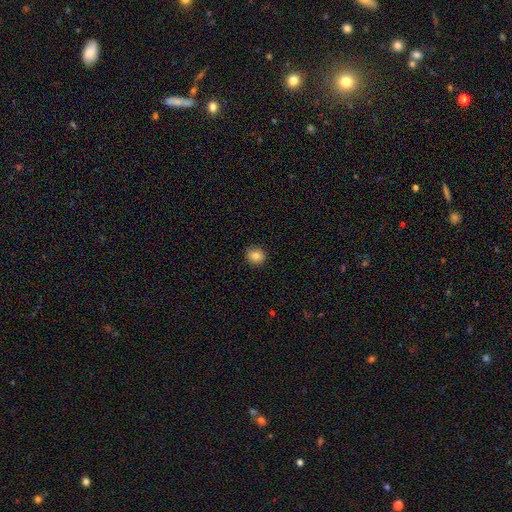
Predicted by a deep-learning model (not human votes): smooth-or-featured: smooth: 83% | star or artifact: 10% | featured or disk: 7%
  how-rounded: round: 85% | in between: 14% | cigar-shaped: 1%
  merging: none: 91% | minor disturbance: 6% | major disturbance: 2% | merger: 1%